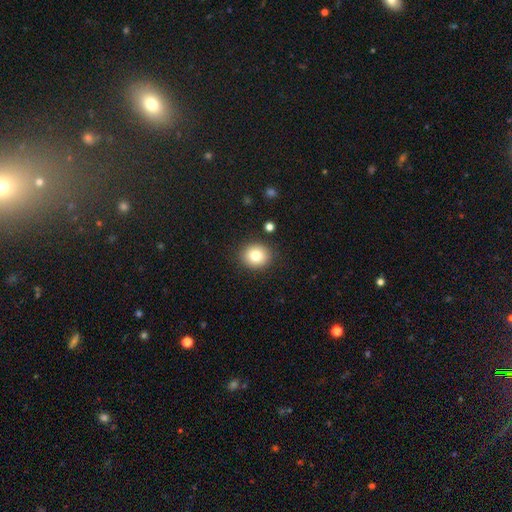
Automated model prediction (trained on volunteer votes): This appears to be a smooth galaxy with no disk features (80%) that is round (77%). Merging: none (88%).